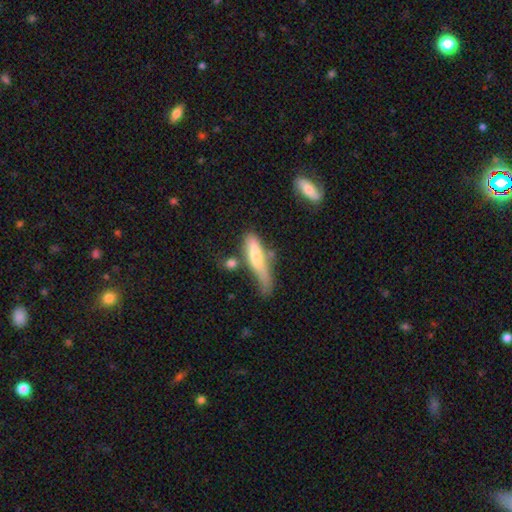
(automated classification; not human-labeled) smooth 65%, featured or disk 29%, star or artifact 6%. Down the decision tree: how rounded — cigar-shaped (73%); merging — none (33%).